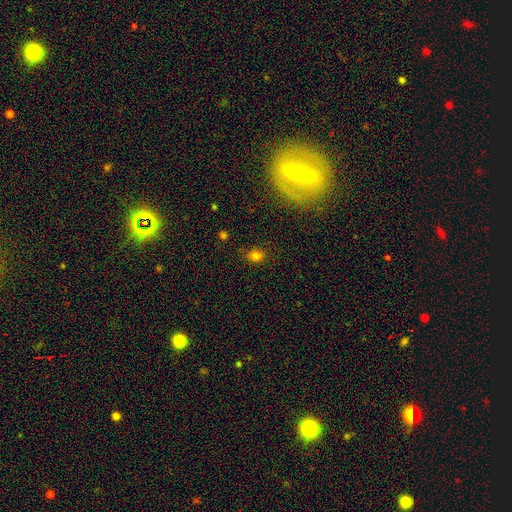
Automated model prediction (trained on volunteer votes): The model was most divided on "how rounded": round: 55%, in between: 43%, cigar-shaped: 1%. More confident: merging — none (84%); smooth or featured — smooth (79%).